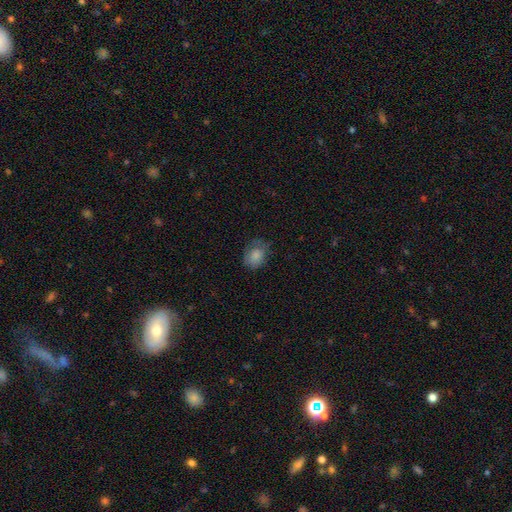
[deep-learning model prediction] This appears to be a smooth galaxy with no disk features (82%) that is in between round and cigar-shaped (56%). Merging: none (59%).